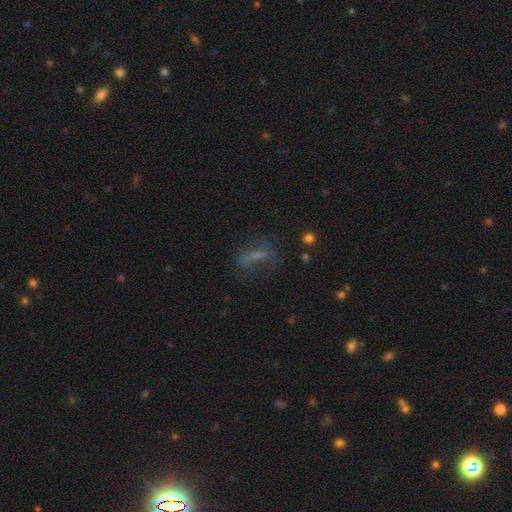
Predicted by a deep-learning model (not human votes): This appears to be a smooth galaxy with no disk features (47%). Merging: none (49%).